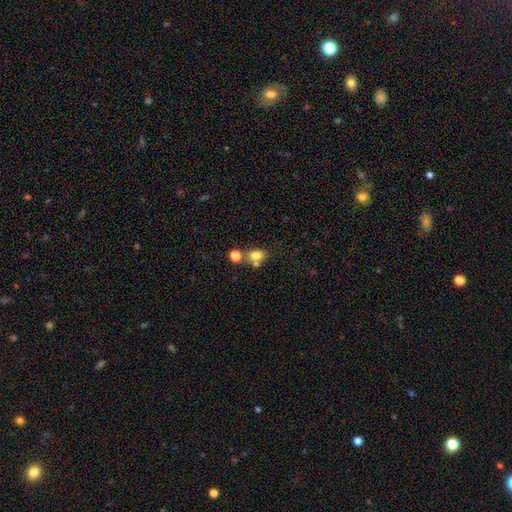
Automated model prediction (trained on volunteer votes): Q: Smooth or featured?
A: smooth (76%); runner-up: star or artifact (12%)
Q: How rounded?
A: in between (68%); runner-up: round (30%)
Q: Merging?
A: none (51%); runner-up: merger (33%)